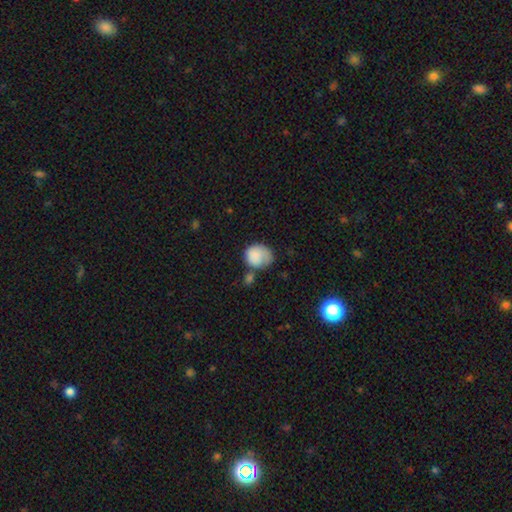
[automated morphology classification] A smooth galaxy with no disk features (83%) that is round (65%). Merging: none (38%).